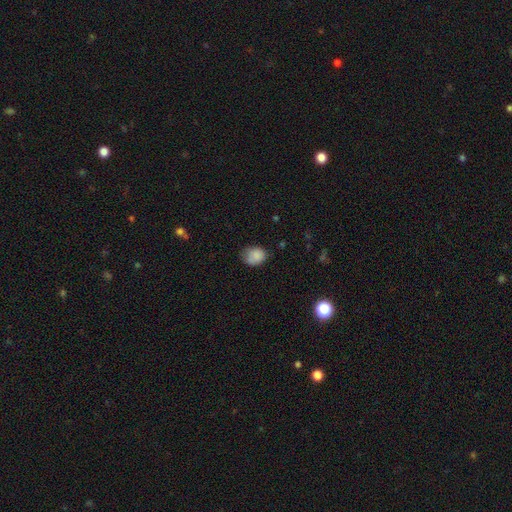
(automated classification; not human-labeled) Q: Smooth or featured?
A: smooth (84%); runner-up: star or artifact (10%)
Q: How rounded?
A: in between (50%); runner-up: round (49%)
Q: Merging?
A: none (55%); runner-up: minor disturbance (34%)